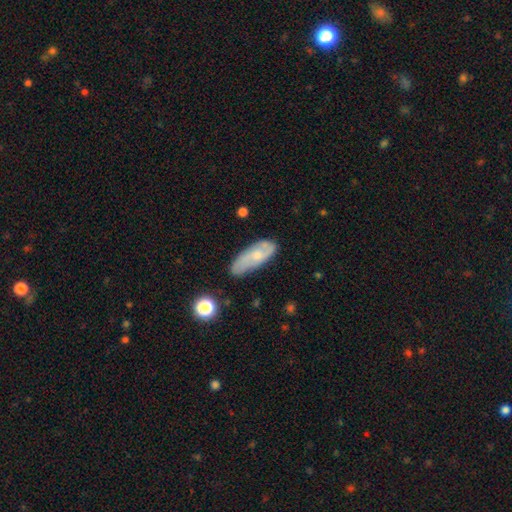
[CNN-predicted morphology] A smooth galaxy with no disk features (48%). Merging: none (67%).